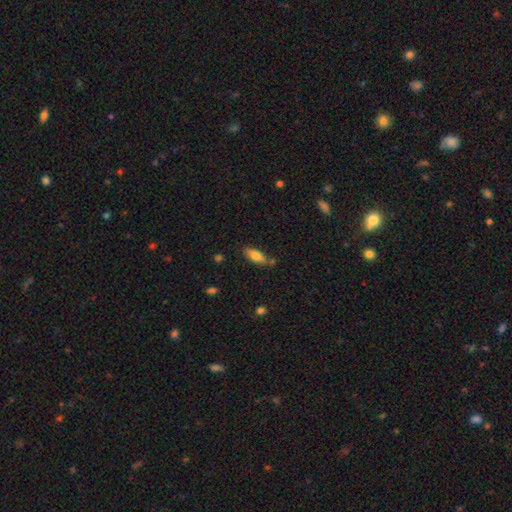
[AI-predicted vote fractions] The model was most divided on "how rounded": in between: 68%, cigar-shaped: 29%, round: 2%. More confident: smooth or featured — smooth (71%); merging — none (70%).